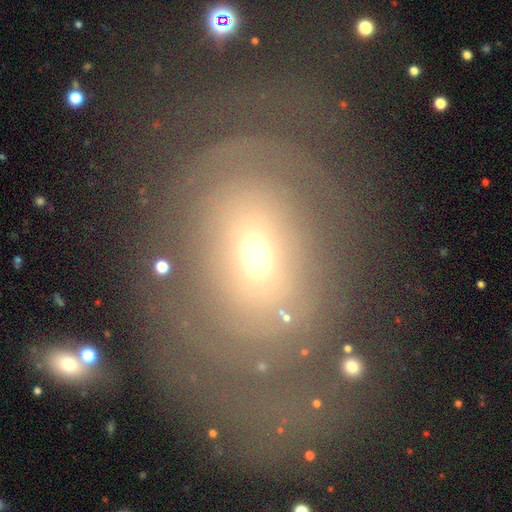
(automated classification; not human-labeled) Morphology: type=featured or disk (58%); edge-on=no (94%); bar=no (71%); spiral arms=yes (61%); bulge=moderate (54%); merging=none (52%).